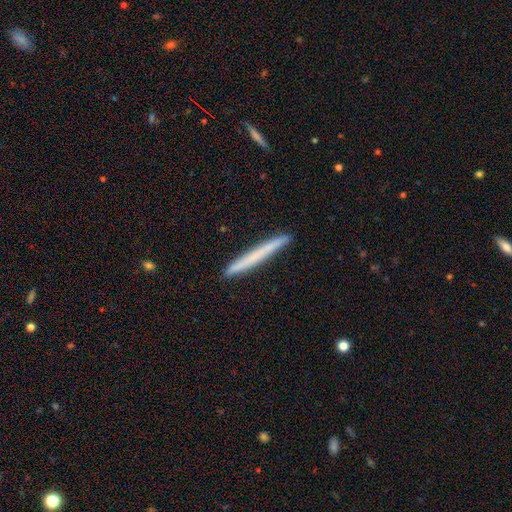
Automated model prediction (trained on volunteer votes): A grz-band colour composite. It shows a smooth galaxy with no disk features (62%) that is cigar-shaped (97%). Merging: none (92%).